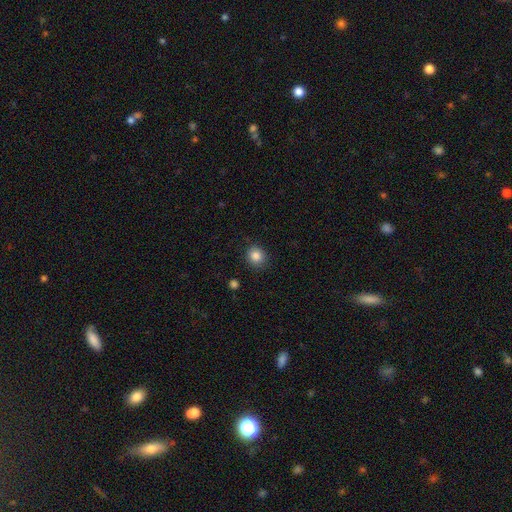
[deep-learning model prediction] Q: Smooth or featured?
A: smooth (85%); runner-up: star or artifact (10%)
Q: How rounded?
A: round (82%); runner-up: in between (17%)
Q: Merging?
A: none (86%); runner-up: minor disturbance (10%)